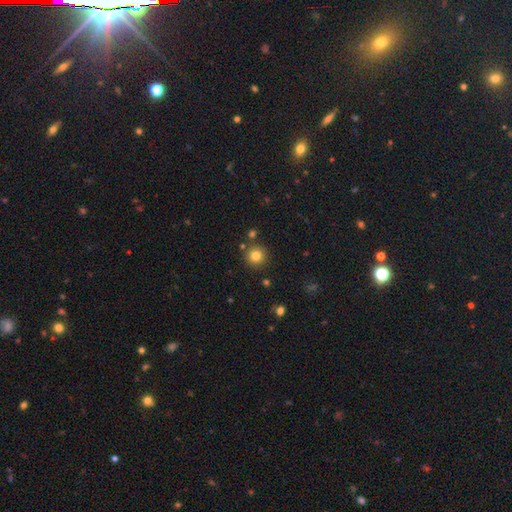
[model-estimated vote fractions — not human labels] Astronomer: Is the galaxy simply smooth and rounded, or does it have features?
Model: smooth — 81%.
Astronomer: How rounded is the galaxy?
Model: round — 95%.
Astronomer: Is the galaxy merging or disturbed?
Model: none — 87%.